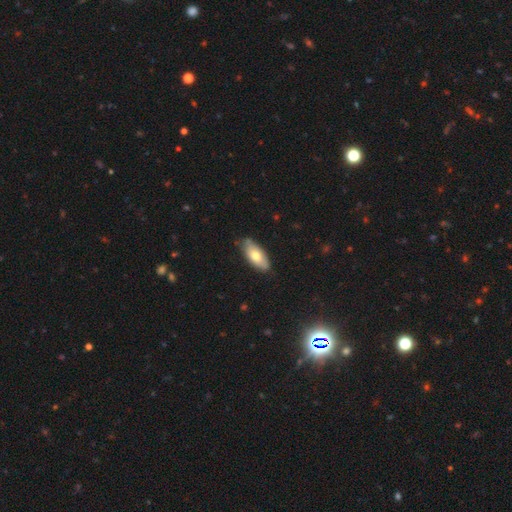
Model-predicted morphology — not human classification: type=smooth (70%); roundness=in between (85%); merging=none (78%).